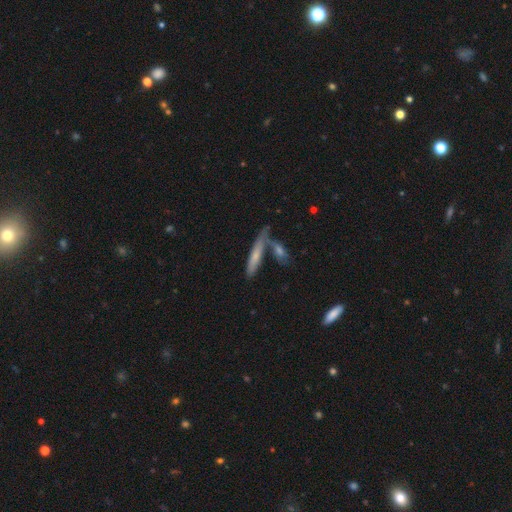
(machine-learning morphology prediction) The model was most divided on "smooth or featured": smooth: 57%, featured or disk: 36%, star or artifact: 7%. More confident: how rounded — cigar-shaped (85%); merging — none (56%).